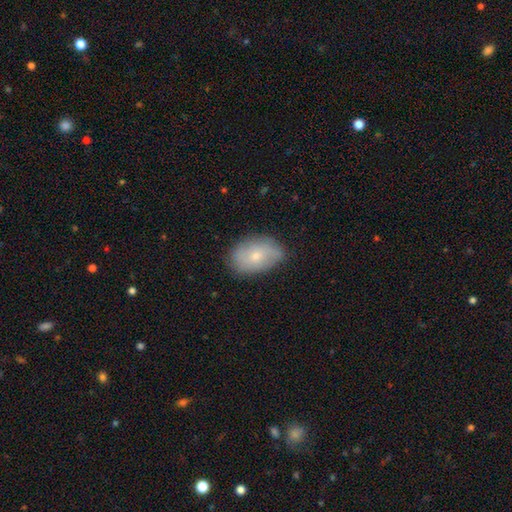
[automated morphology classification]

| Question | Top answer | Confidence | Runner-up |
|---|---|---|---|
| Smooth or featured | smooth | 62% | featured or disk (30%) |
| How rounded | in between | 86% | round (12%) |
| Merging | none | 74% | minor disturbance (20%) |